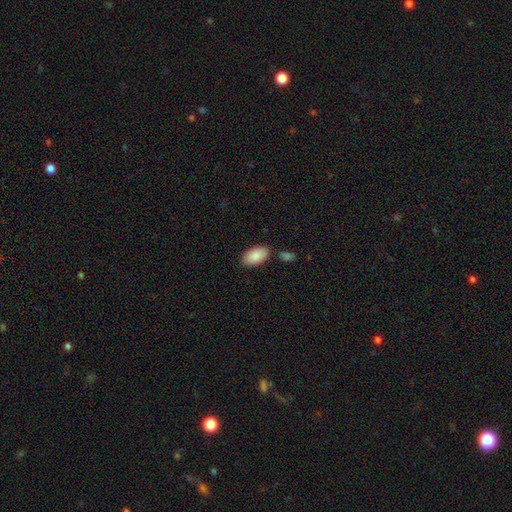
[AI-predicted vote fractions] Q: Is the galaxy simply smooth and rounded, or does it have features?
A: smooth — 89%.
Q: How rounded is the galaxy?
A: in between — 96%.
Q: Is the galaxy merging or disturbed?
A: none — 80%.